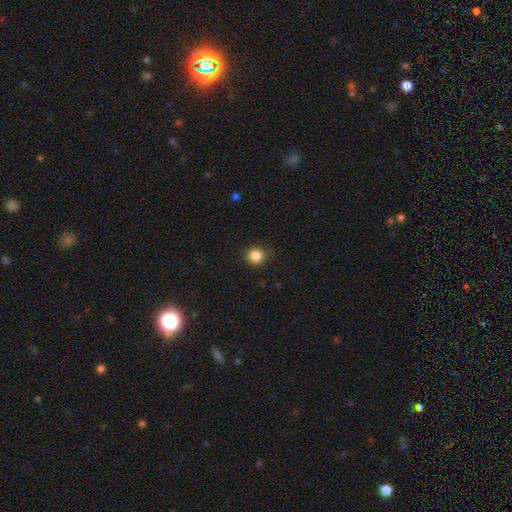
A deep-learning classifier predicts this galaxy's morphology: type=smooth (86%); roundness=round (94%); merging=none (88%).